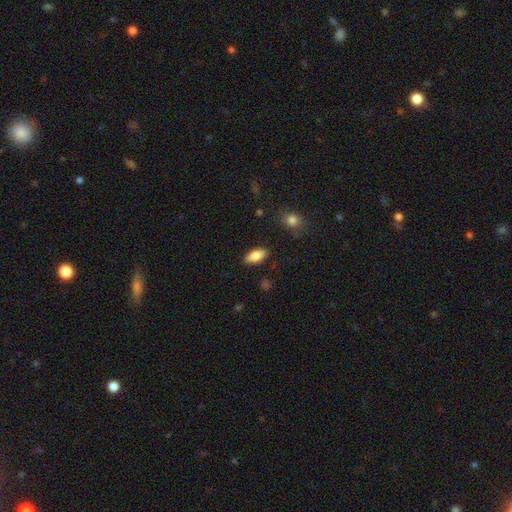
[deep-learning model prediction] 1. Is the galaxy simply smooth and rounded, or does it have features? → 79% smooth, 14% featured or disk, 7% star or artifact.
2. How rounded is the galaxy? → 86% in between, 11% cigar-shaped, 3% round.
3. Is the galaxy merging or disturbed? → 87% none, 9% minor disturbance, 2% major disturbance, 1% merger.